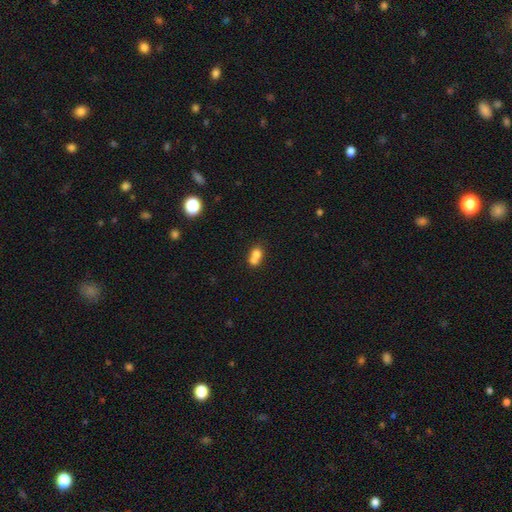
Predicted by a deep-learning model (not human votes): smooth-or-featured: smooth: 71% | featured or disk: 18% | star or artifact: 11%
  how-rounded: round: 56% | in between: 42% | cigar-shaped: 2%
  merging: merger: 65% | none: 24% | minor disturbance: 7% | major disturbance: 4%